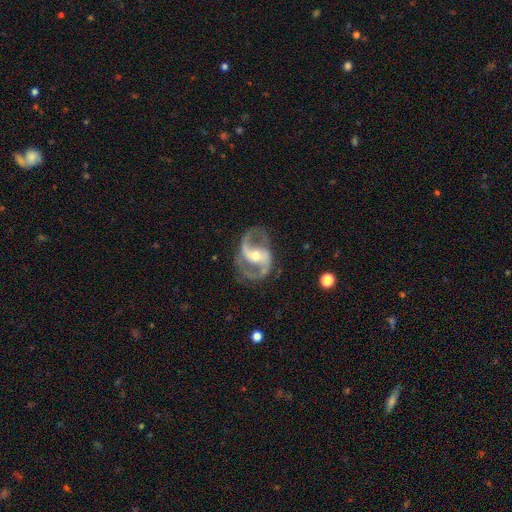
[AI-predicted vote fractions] smooth_or_featured: featured or disk (p=0.90) [alt: smooth p=0.05]
disk_edge_on: no (p=0.97) [alt: yes p=0.03]
bar: weak (p=0.40) [alt: strong p=0.35]
has_spiral_arms: yes (p=0.95) [alt: no p=0.05]
spiral_winding: medium (p=0.55) [alt: loose p=0.33]
spiral_arm_count: 2 (p=0.92) [alt: can't tell p=0.03]
bulge_size: moderate (p=0.61) [alt: small p=0.32]
merging: none (p=0.76) [alt: minor disturbance p=0.14]